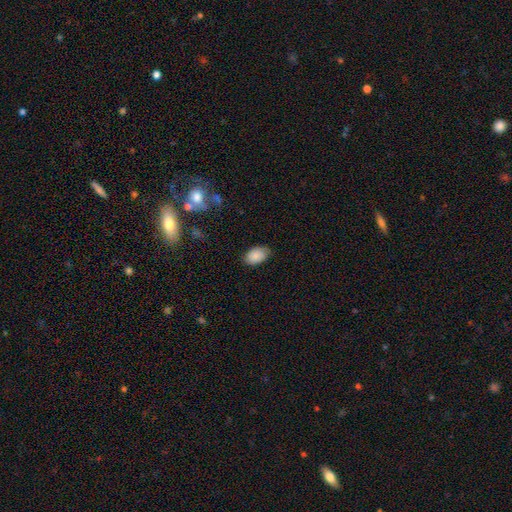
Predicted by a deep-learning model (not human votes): smooth 86%, star or artifact 7%, featured or disk 7%. Down the decision tree: how rounded — in between (89%); merging — none (78%).